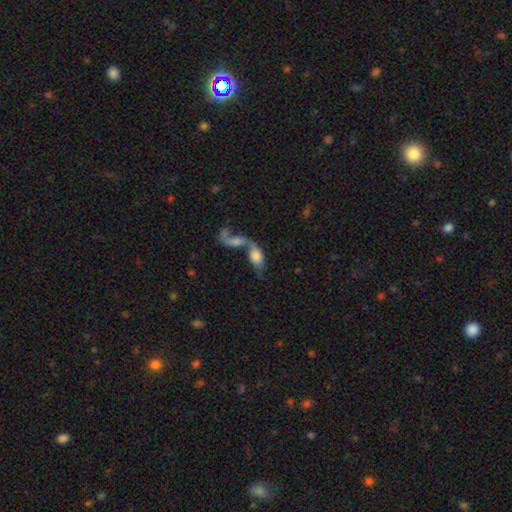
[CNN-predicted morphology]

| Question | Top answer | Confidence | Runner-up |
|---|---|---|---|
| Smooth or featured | smooth | 56% | featured or disk (35%) |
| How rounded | in between | 83% | cigar-shaped (10%) |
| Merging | merger | 76% | none (10%) |